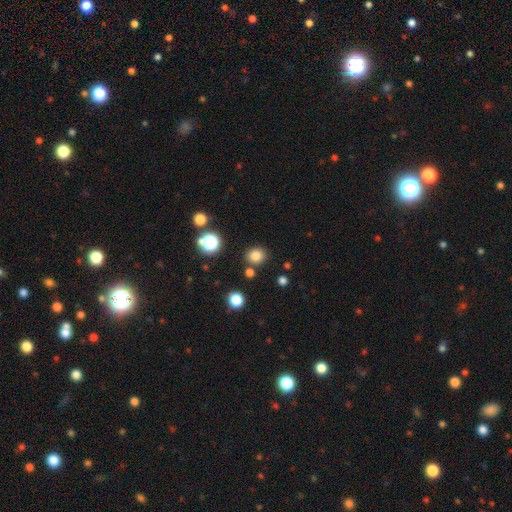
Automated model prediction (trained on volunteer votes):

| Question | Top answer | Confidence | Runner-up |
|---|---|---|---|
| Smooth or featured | smooth | 79% | star or artifact (15%) |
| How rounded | round | 77% | in between (22%) |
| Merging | none | 82% | minor disturbance (9%) |